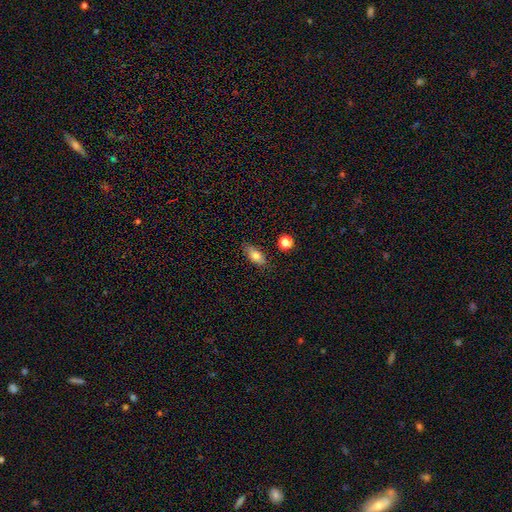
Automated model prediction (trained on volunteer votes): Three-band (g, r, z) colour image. It shows a smooth galaxy with no disk features (78%) that is in between round and cigar-shaped (81%). Merging: none (79%).